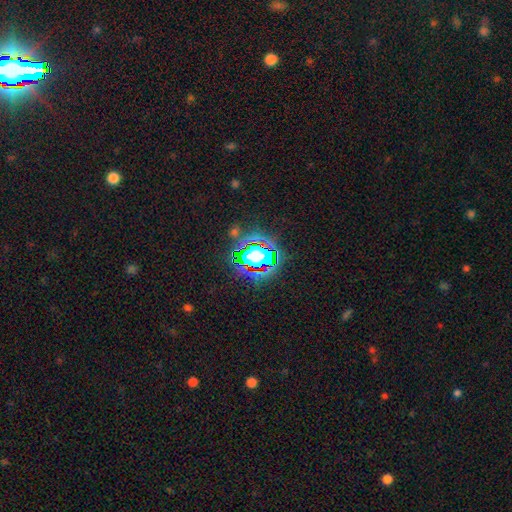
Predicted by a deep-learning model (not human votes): Morphology: type=star or artifact (81%).